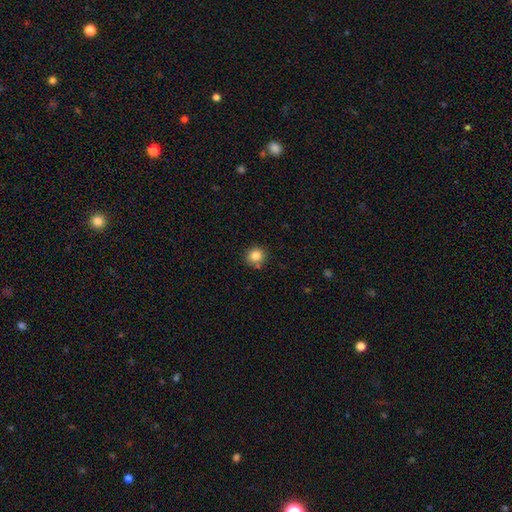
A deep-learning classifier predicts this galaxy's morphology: smooth_or_featured: smooth (p=0.84) [alt: star or artifact p=0.11]
how_rounded: round (p=0.89) [alt: in between p=0.10]
merging: none (p=0.80) [alt: minor disturbance p=0.11]